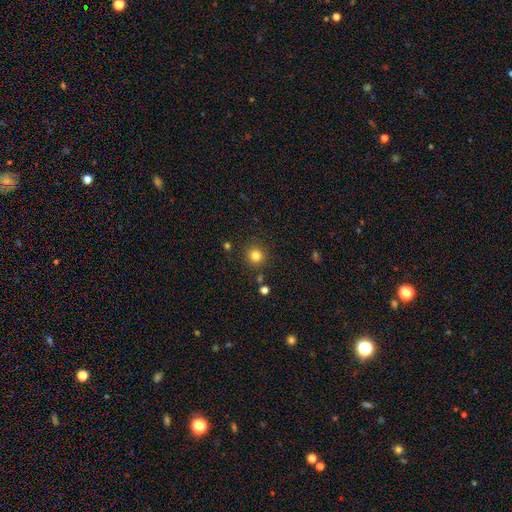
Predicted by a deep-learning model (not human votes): A smooth galaxy with no disk features (81%) that is round (93%). Merging: none (87%).